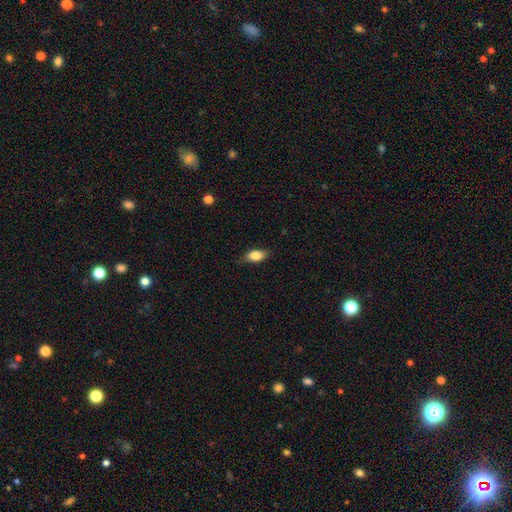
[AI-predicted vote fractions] Morphology: type=smooth (81%); roundness=in between (85%); merging=none (77%).